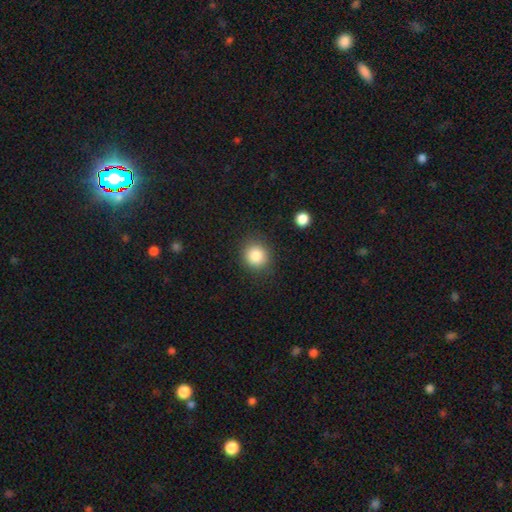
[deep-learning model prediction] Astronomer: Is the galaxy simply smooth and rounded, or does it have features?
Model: smooth — 84%.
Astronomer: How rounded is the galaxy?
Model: round — 88%.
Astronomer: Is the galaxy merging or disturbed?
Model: none — 88%.